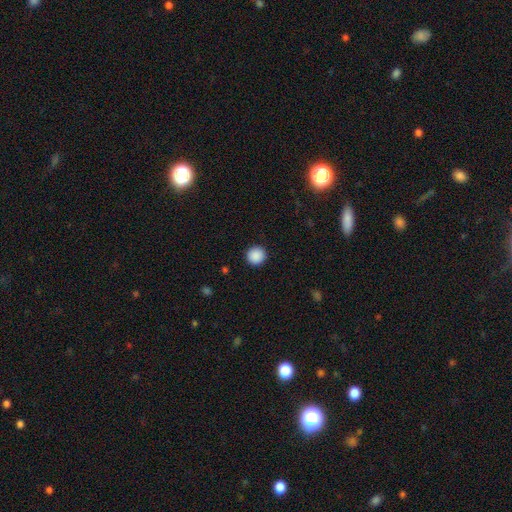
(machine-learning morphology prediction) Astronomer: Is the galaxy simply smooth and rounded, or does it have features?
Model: smooth — 89%.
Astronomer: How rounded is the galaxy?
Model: round — 95%.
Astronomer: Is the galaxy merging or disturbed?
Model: none — 92%.